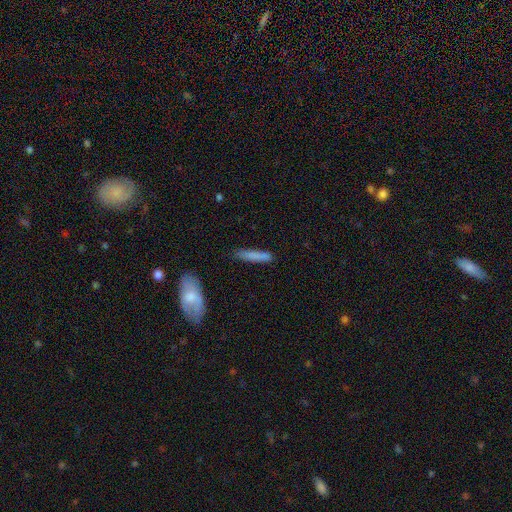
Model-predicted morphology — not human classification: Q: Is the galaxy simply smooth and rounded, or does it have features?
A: smooth — 79%.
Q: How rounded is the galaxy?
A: cigar-shaped — 88%.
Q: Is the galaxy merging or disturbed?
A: none — 78%.